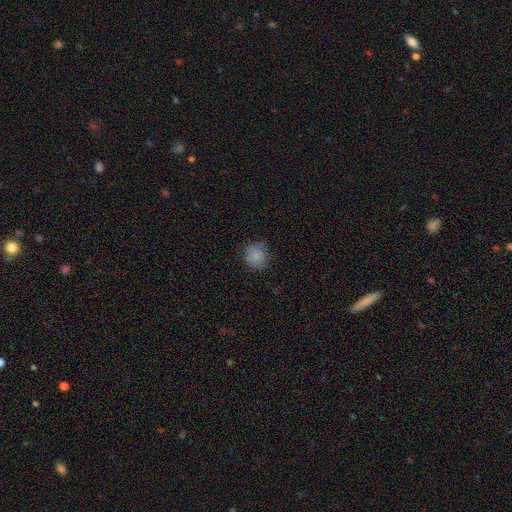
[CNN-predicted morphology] Smooth or featured? Predicted: smooth (p=0.79). How rounded? Predicted: round (p=0.83). Merging? Predicted: none (p=0.69).